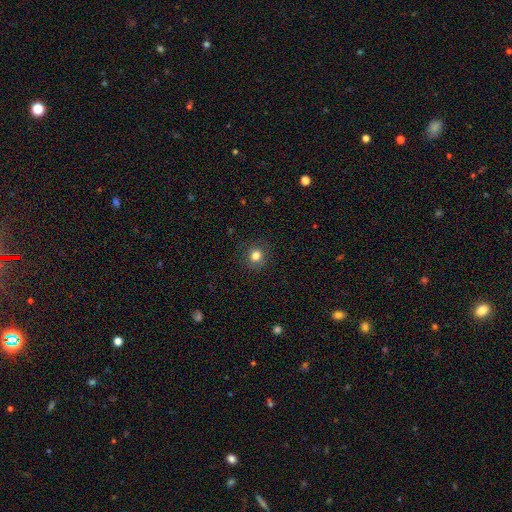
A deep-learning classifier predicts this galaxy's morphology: Smooth or featured: smooth — 80% (star or artifact — 13%)
How rounded: round — 88% (in between — 11%)
Merging: none — 88% (minor disturbance — 8%)